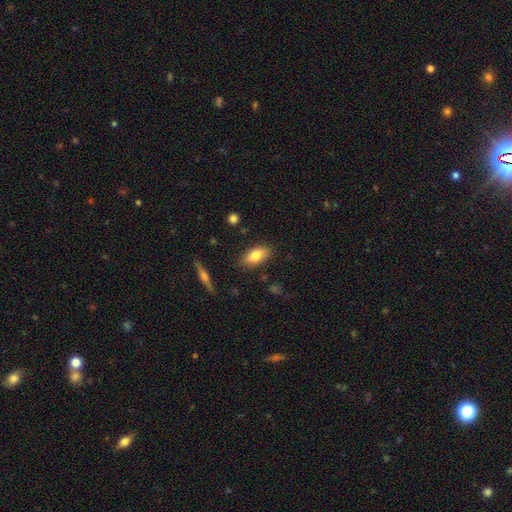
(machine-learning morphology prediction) Overall: smooth (74%). How rounded: in between (83%). Merging: none (85%).